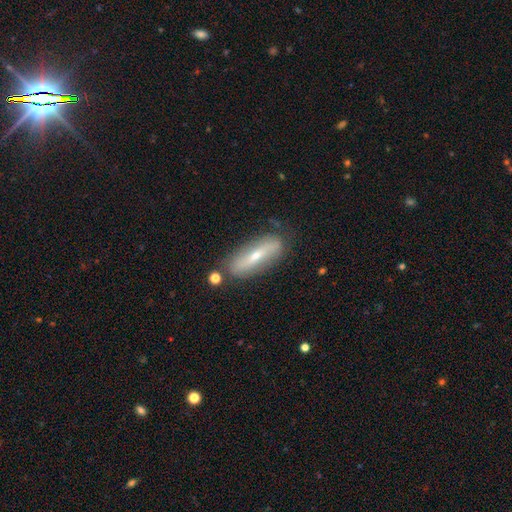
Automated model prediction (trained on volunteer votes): This appears to be a featured or disk galaxy (58%). Merging: none (79%).